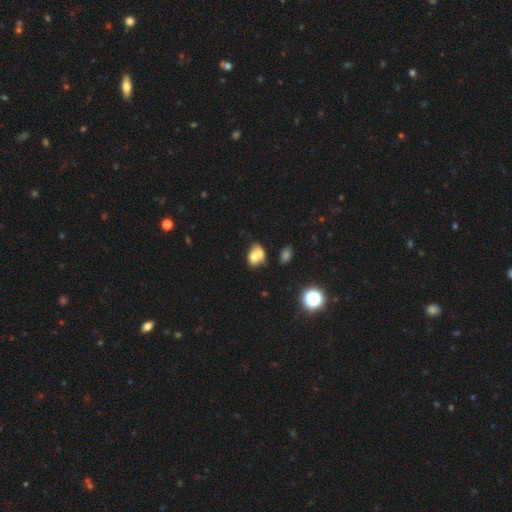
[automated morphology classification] type=smooth (66%); roundness=in between (67%); merging=merger (51%).